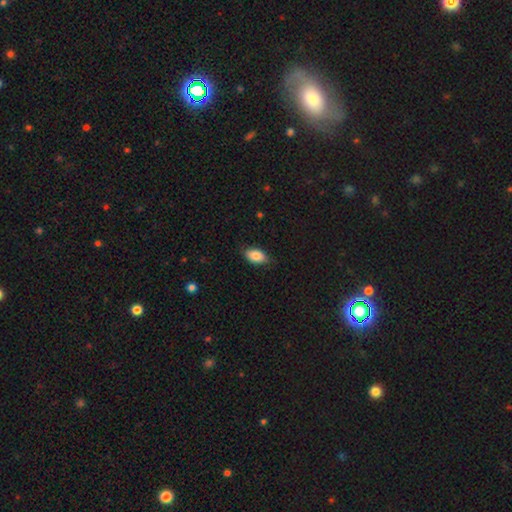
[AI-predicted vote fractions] Overall: smooth (86%). How rounded: in between (92%). Merging: none (83%).